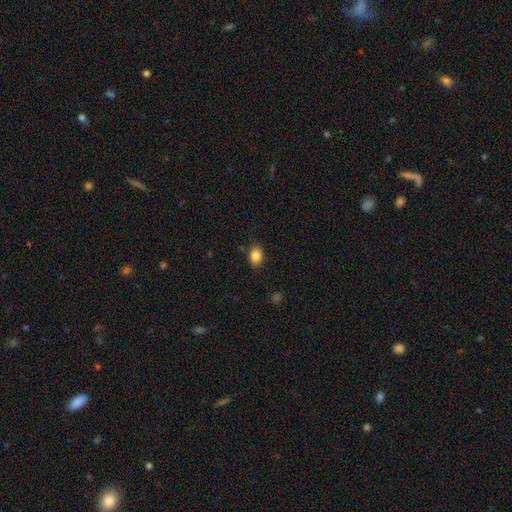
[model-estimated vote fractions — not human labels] smooth-or-featured: smooth: 85% | star or artifact: 9% | featured or disk: 5%
  how-rounded: in between: 70% | round: 29% | cigar-shaped: 1%
  merging: none: 84% | minor disturbance: 12% | major disturbance: 3% | merger: 1%